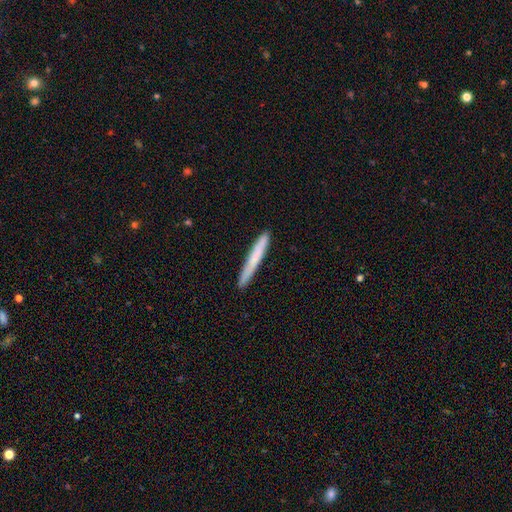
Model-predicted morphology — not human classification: Overall: smooth (71%). How rounded: cigar-shaped (97%). Merging: none (90%).